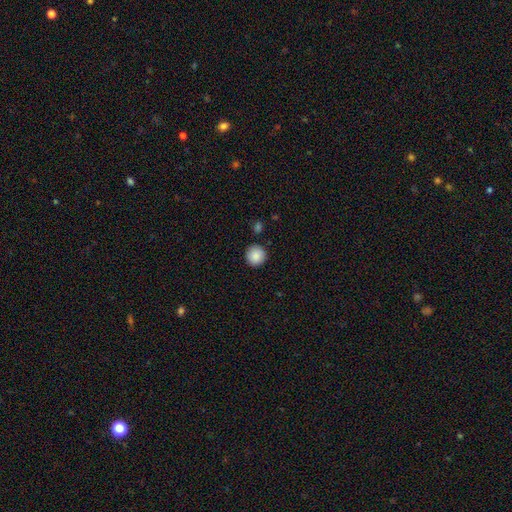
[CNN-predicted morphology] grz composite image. It shows a smooth galaxy with no disk features (89%) that is round (95%). Merging: none (90%).